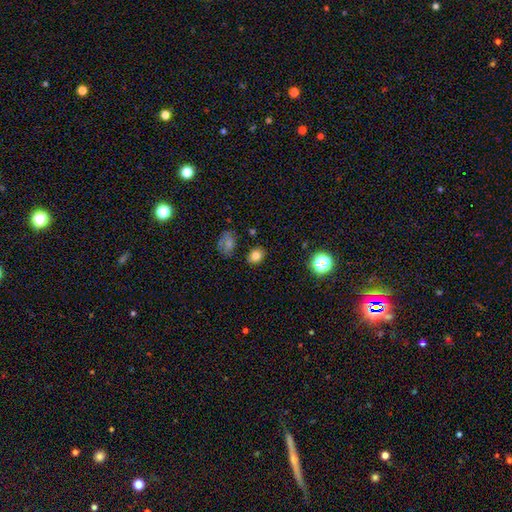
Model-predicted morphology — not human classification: Smooth or featured?
  - smooth: 80% *
  - star or artifact: 13%
  - featured or disk: 7%
How rounded?
  - in between: 50% *
  - round: 49%
  - cigar-shaped: 1%
Merging?
  - none: 85% *
  - minor disturbance: 10%
  - merger: 3%
  - major disturbance: 3%